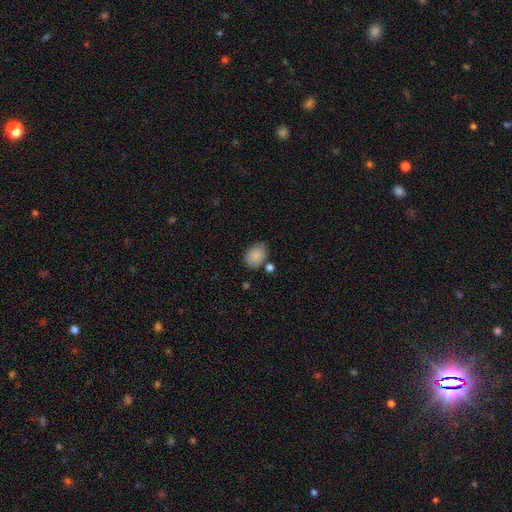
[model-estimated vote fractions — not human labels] smooth 87%, star or artifact 8%, featured or disk 5%. Down the decision tree: how rounded — in between (73%); merging — none (69%).